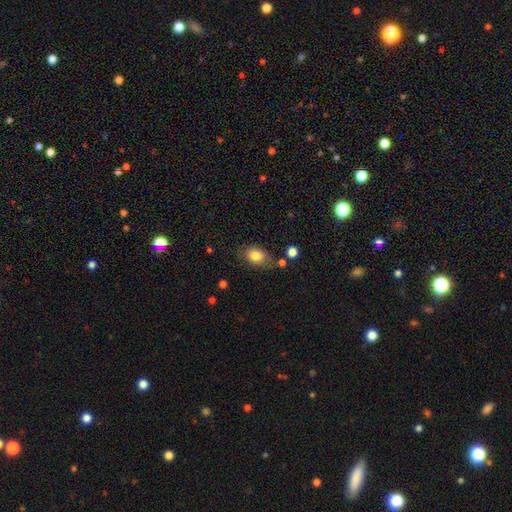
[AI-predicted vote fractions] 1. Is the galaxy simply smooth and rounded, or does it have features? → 81% smooth, 10% featured or disk, 8% star or artifact.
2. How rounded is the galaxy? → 75% in between, 23% round, 2% cigar-shaped.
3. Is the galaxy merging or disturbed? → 70% none, 18% minor disturbance, 6% major disturbance, 5% merger.